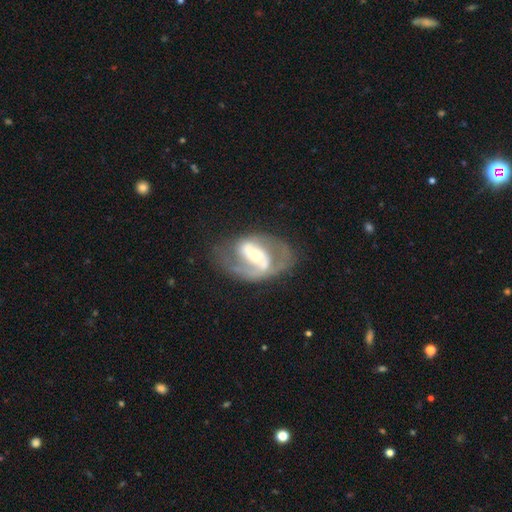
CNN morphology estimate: Smooth or featured? featured or disk (84%)
Edge-on disk? no (96%)
Bar? strong (38%)
Spiral arms? yes (88%)
Spiral winding? medium (51%)
Spiral arm count? 2 (81%)
Bulge size? moderate (53%)
Merging? none (63%)